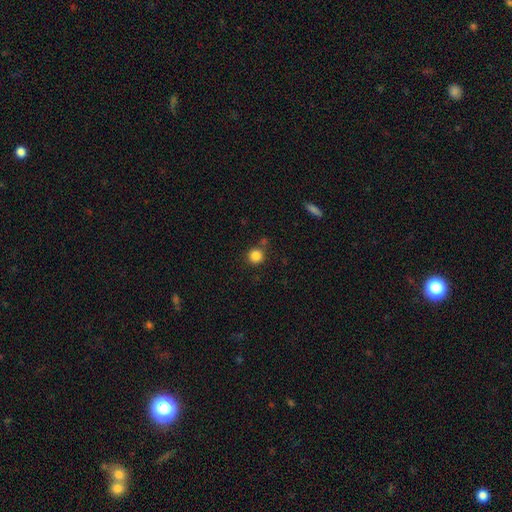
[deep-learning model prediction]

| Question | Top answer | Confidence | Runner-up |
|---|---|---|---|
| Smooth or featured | smooth | 85% | star or artifact (11%) |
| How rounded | round | 93% | in between (6%) |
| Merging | none | 79% | minor disturbance (10%) |